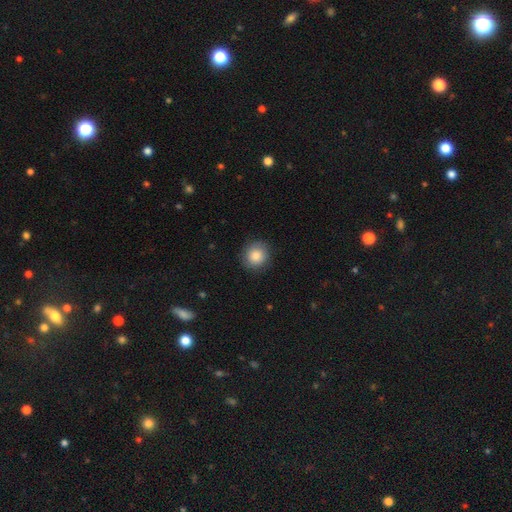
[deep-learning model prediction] Smooth or featured: smooth — 86% (star or artifact — 8%)
How rounded: round — 87% (in between — 12%)
Merging: none — 88% (minor disturbance — 9%)